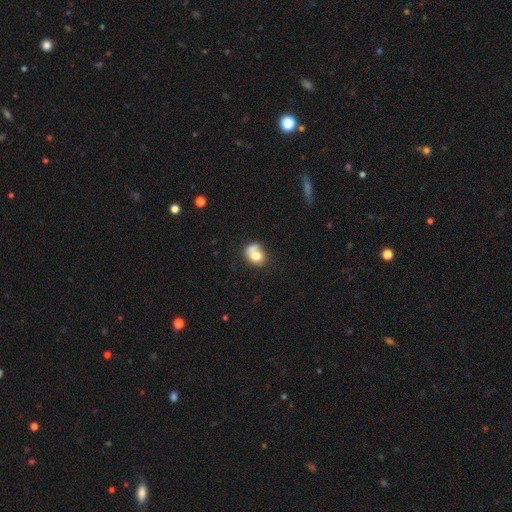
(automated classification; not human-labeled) This is likely a smooth galaxy (70%). How rounded: possibly round (55%). Merging: marginally merger (37%).